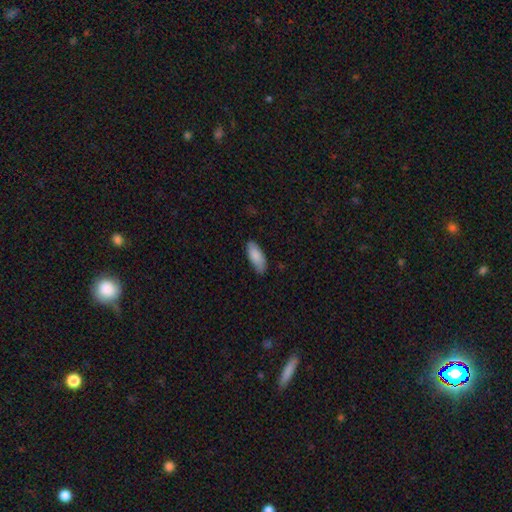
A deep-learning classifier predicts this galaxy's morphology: This appears to be a smooth galaxy with no disk features (86%) that is in between round and cigar-shaped (83%). Merging: none (82%).